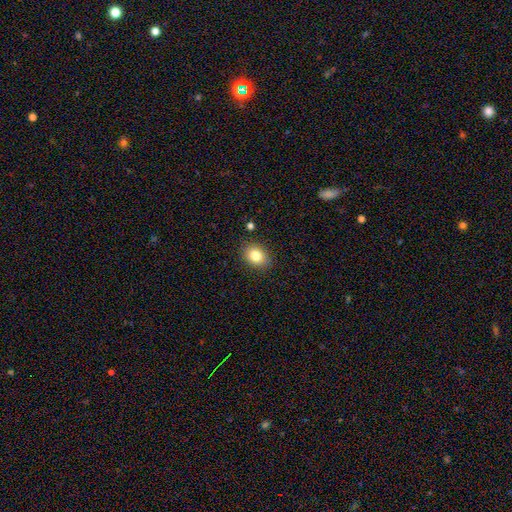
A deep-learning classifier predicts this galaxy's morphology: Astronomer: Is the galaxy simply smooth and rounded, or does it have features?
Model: smooth — 82%.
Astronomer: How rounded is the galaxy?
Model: in between — 52% (runner-up: round, 47%).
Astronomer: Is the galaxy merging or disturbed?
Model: none — 87%.